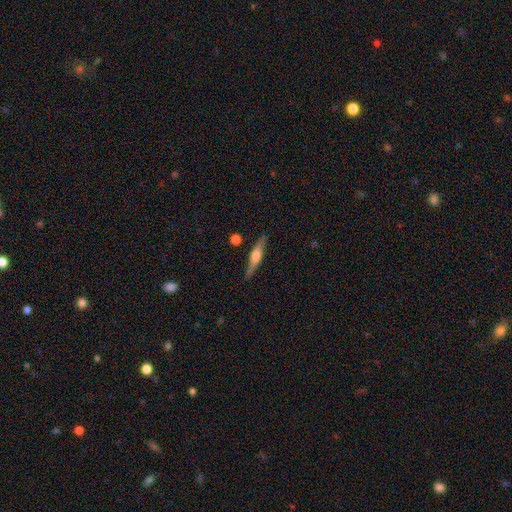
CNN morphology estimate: smooth_or_featured: featured or disk (p=0.67) [alt: smooth p=0.27]
disk_edge_on: yes (p=0.96) [alt: no p=0.04]
edge_on_bulge: rounded (p=0.81) [alt: boxy p=0.14]
merging: none (p=0.86) [alt: minor disturbance p=0.10]